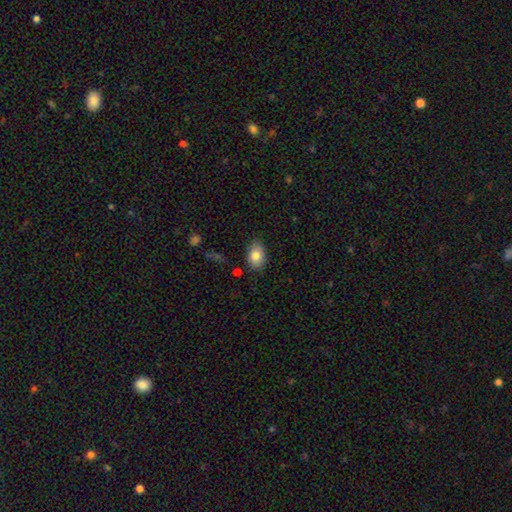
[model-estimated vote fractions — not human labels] Overall: smooth (81%). How rounded: in between (81%). Merging: none (81%).